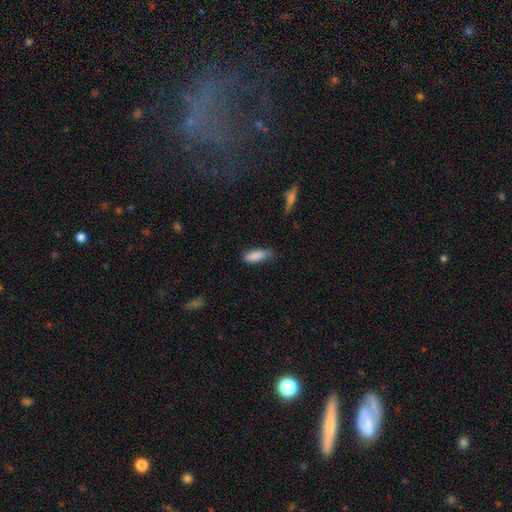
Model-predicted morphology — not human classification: Smooth or featured? smooth (87%)
How rounded? in between (62%)
Merging? none (68%)